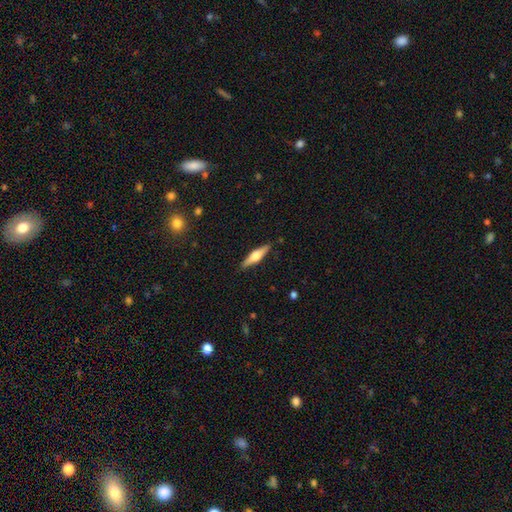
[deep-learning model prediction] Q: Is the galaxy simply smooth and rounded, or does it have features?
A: featured or disk — 58%.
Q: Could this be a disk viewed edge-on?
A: yes — 96%.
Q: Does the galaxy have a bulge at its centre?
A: rounded — 91%.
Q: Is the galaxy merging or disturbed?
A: none — 89%.